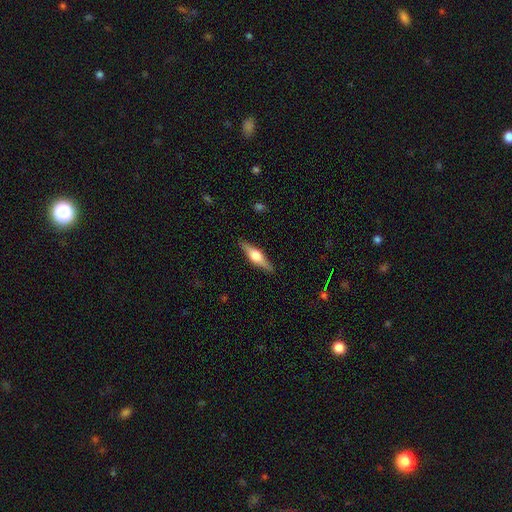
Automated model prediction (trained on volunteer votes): This is likely a featured or disk galaxy (63%). It is clearly viewed edge-on (96%). Edge-on bulge: clearly rounded (93%). Merging: clearly none (90%).